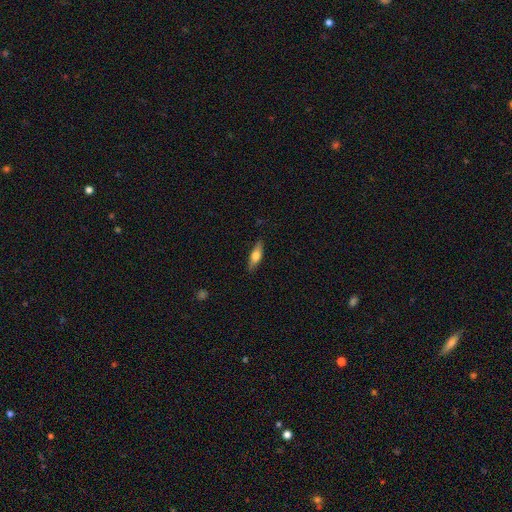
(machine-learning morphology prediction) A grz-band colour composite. It shows a smooth galaxy with no disk features (59%) that is in between round and cigar-shaped (49%). Merging: none (85%).